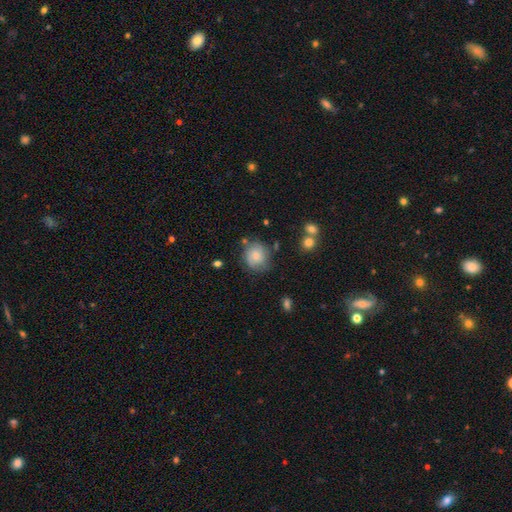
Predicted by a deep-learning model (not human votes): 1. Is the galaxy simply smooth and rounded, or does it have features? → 65% smooth, 26% featured or disk, 9% star or artifact.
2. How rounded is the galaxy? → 81% round, 18% in between, 1% cigar-shaped.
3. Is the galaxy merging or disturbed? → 68% none, 21% minor disturbance, 6% major disturbance, 4% merger.